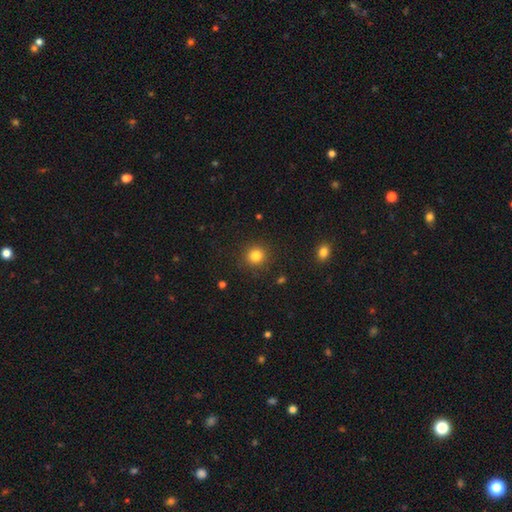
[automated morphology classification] smooth 82%, star or artifact 12%, featured or disk 5%. Down the decision tree: how rounded — round (91%); merging — none (89%).